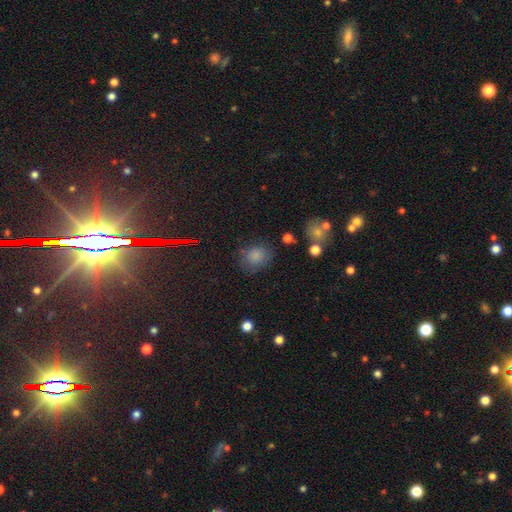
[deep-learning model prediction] Q: Smooth or featured?
A: smooth (79%); runner-up: star or artifact (14%)
Q: How rounded?
A: round (68%); runner-up: in between (31%)
Q: Merging?
A: none (72%); runner-up: minor disturbance (19%)